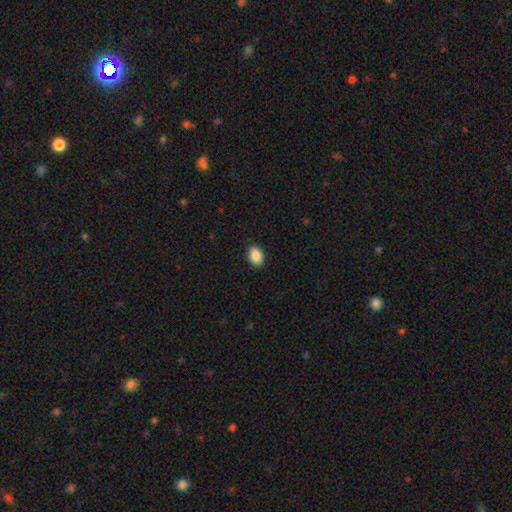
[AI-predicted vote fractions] A smooth galaxy with no disk features (90%) that is in between round and cigar-shaped (78%). Merging: none (89%).